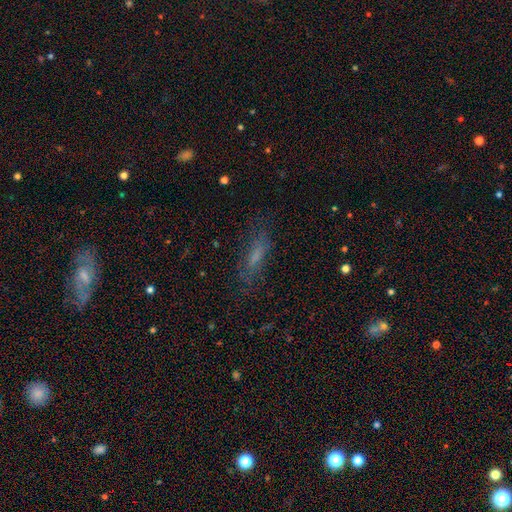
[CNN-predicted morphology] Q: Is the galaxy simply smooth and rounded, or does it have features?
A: smooth — 51%.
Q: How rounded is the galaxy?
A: cigar-shaped — 55%.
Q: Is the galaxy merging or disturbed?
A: none — 74%.